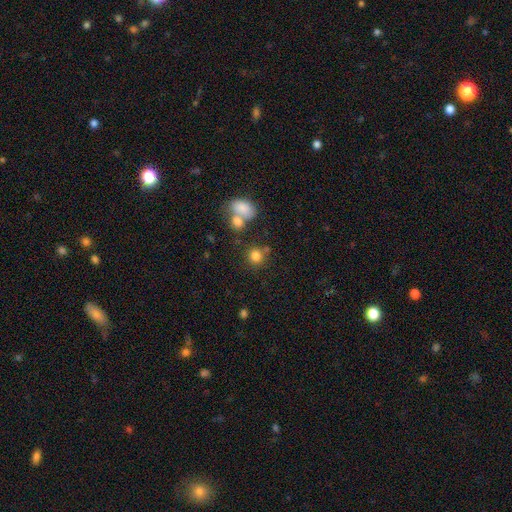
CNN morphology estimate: Smooth or featured?
  - smooth: 81% *
  - star or artifact: 12%
  - featured or disk: 7%
How rounded?
  - round: 85% *
  - in between: 14%
  - cigar-shaped: 1%
Merging?
  - none: 68% *
  - merger: 18%
  - minor disturbance: 10%
  - major disturbance: 5%